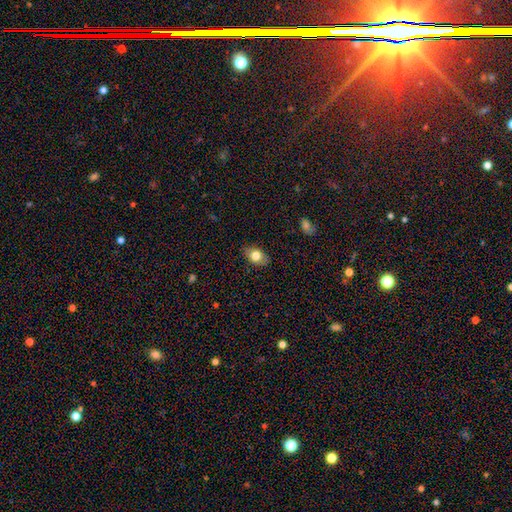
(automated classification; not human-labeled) Overall: smooth (79%). How rounded: in between (76%). Merging: none (83%).